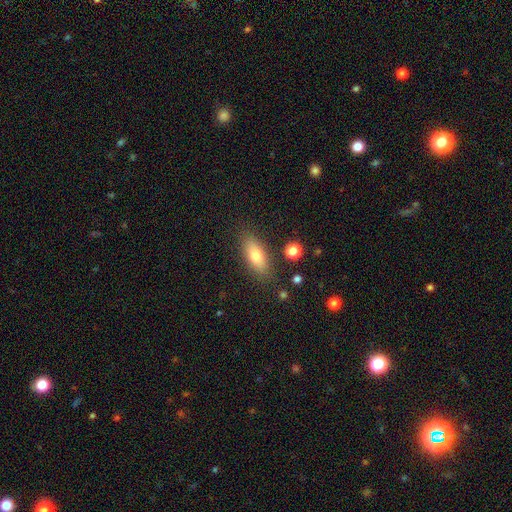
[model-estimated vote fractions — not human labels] Q: Smooth or featured?
A: smooth (76%); runner-up: featured or disk (16%)
Q: How rounded?
A: in between (74%); runner-up: cigar-shaped (22%)
Q: Merging?
A: none (85%); runner-up: minor disturbance (10%)